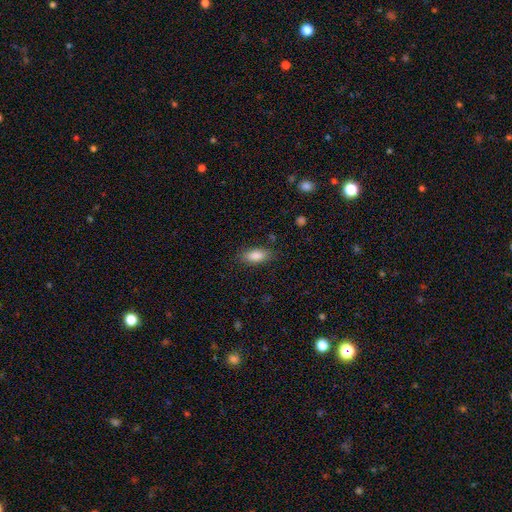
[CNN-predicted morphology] Overall: smooth (86%). How rounded: in between (85%). Merging: none (83%).